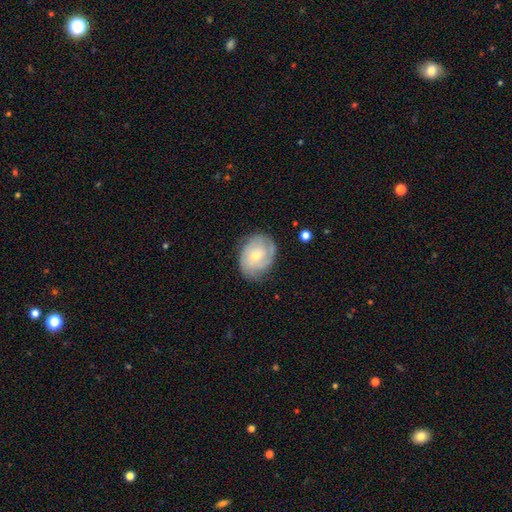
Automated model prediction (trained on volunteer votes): Smooth or featured: featured or disk — 67% (smooth — 26%)
Edge-on disk: no — 97% (yes — 3%)
Bar: no — 74% (weak — 22%)
Spiral arms: yes — 87% (no — 13%)
Spiral winding: tight — 67% (medium — 25%)
Spiral arm count: can't tell — 39% (2 — 27%)
Bulge size: small — 52% (moderate — 44%)
Merging: none — 74% (minor disturbance — 19%)